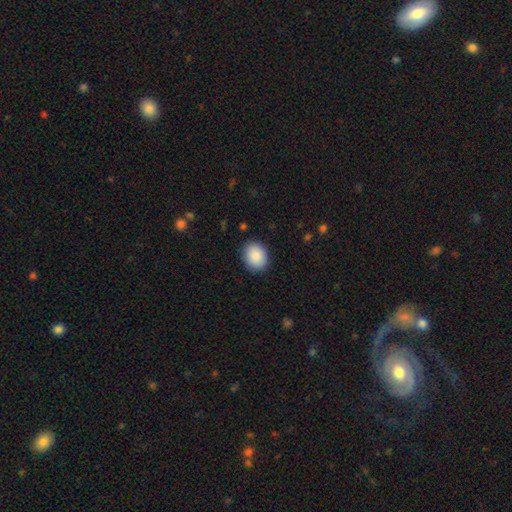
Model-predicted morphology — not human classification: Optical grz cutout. It shows a smooth galaxy with no disk features (90%) that is in between round and cigar-shaped (54%). Merging: none (88%).